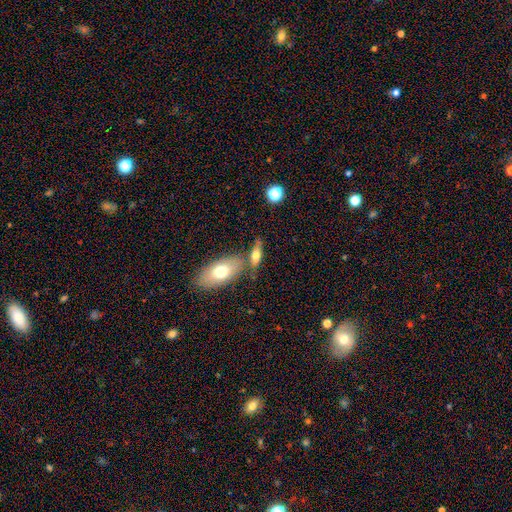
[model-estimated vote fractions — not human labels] smooth 62%, featured or disk 30%, star or artifact 8%. Down the decision tree: how rounded — in between (62%); merging — none (57%).